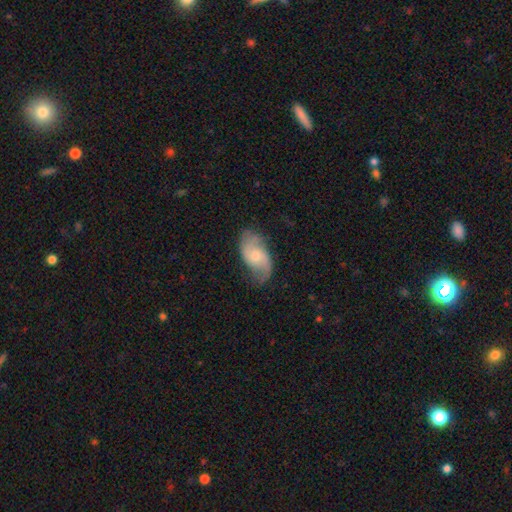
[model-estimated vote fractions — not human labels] This is likely a featured or disk galaxy (68%). It is clearly not viewed edge-on (95%). Bar: likely no (64%). Spiral arm pattern: clearly yes (91%). Spiral arm count: clearly 2 (84%). Spiral winding: possibly loose (45%). Central bulge: possibly moderate (53%). Merging: likely none (68%).